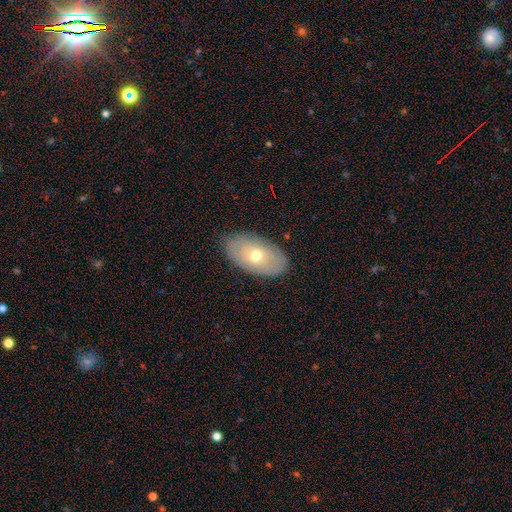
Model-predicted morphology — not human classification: Smooth or featured? smooth (53%)
How rounded? in between (92%)
Merging? none (83%)